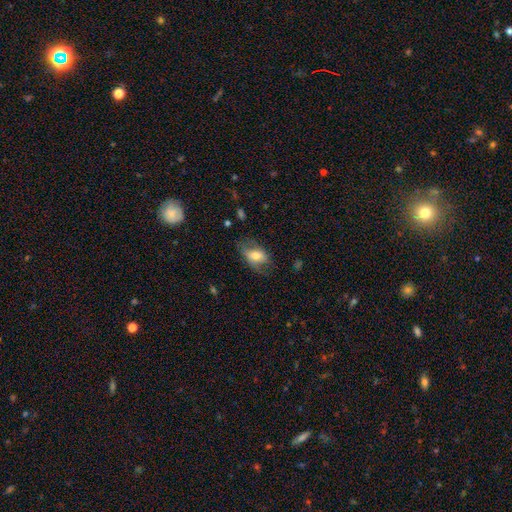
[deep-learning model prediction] Overall: smooth (59%; featured or disk 34%). How rounded: in between (85%). Merging: none (59%; minor disturbance 25%).